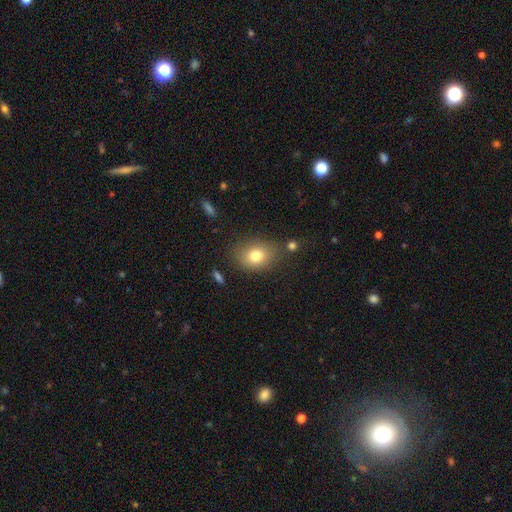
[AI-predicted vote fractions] Smooth or featured: smooth — 77% (featured or disk — 12%)
How rounded: in between — 63% (round — 36%)
Merging: none — 76% (minor disturbance — 15%)